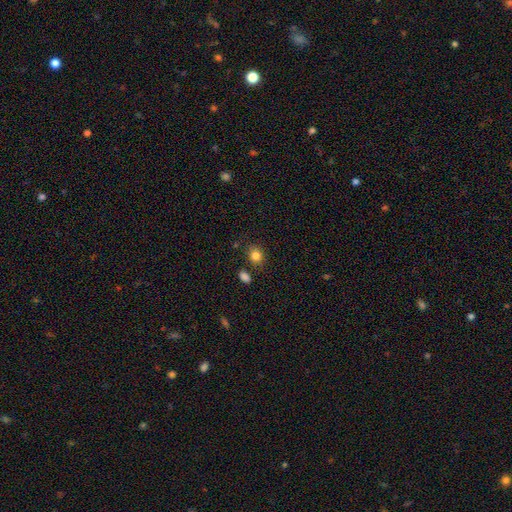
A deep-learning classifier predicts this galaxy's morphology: This is clearly a smooth galaxy (84%). How rounded: likely round (64%). Merging: likely none (76%).